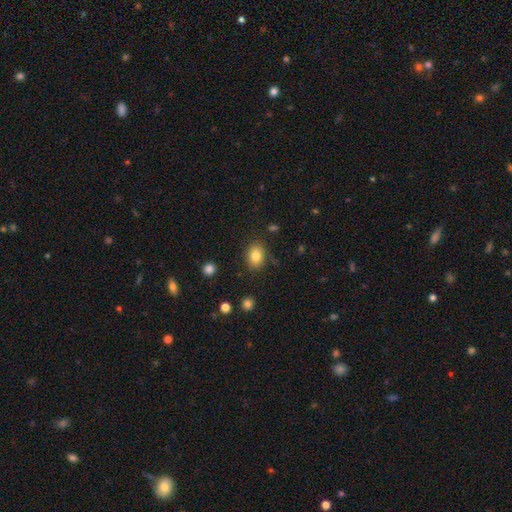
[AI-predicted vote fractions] smooth 82%, star or artifact 10%, featured or disk 8%. Down the decision tree: how rounded — in between (63%); merging — none (84%).